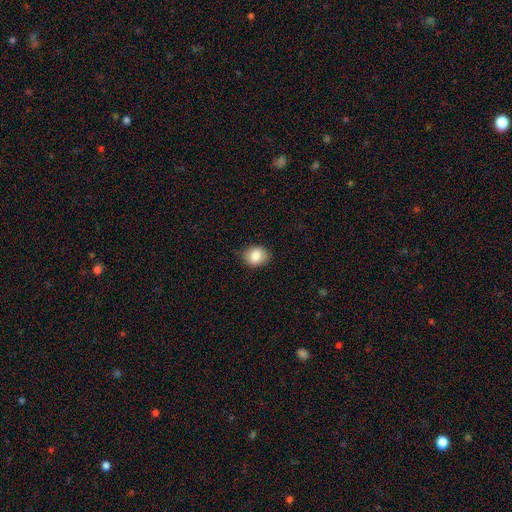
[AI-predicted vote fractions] Overall: smooth (82%). How rounded: round (51%; in between 48%). Merging: none (81%).